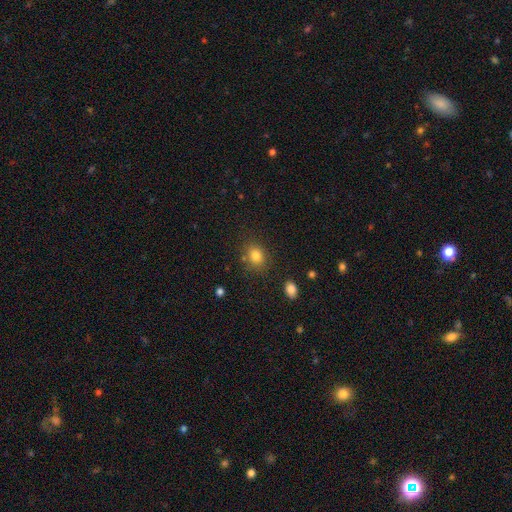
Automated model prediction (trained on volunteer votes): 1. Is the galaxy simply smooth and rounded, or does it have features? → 82% smooth, 11% star or artifact, 7% featured or disk.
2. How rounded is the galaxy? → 61% round, 38% in between, 1% cigar-shaped.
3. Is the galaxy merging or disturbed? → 79% none, 13% minor disturbance, 5% merger, 4% major disturbance.